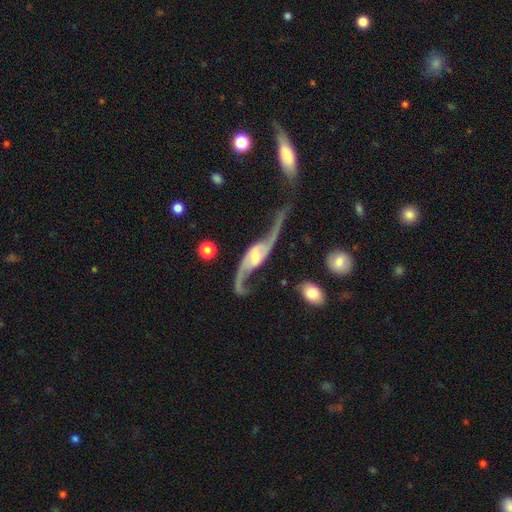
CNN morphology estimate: Smooth or featured? Predicted: featured or disk (p=0.91). Edge-on disk? Predicted: no (p=0.90). Bar? Predicted: weak (p=0.43). Spiral arms? Predicted: yes (p=0.96). Spiral winding? Predicted: loose (p=0.88). Spiral arm count? Predicted: 2 (p=0.93). Bulge size? Predicted: moderate (p=0.46). Merging? Predicted: none (p=0.56).